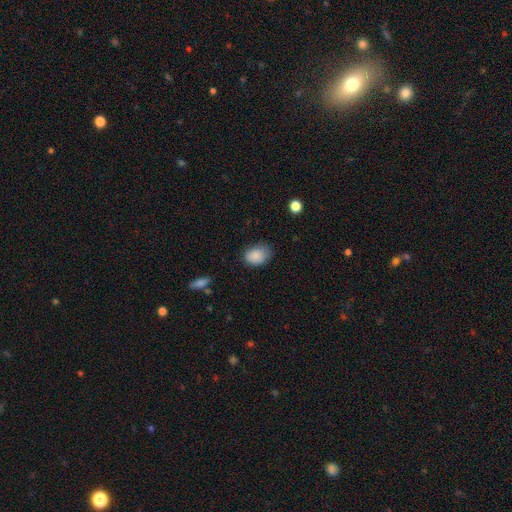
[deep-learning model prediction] Smooth or featured? Predicted: smooth (p=0.86). How rounded? Predicted: in between (p=0.72). Merging? Predicted: none (p=0.66).